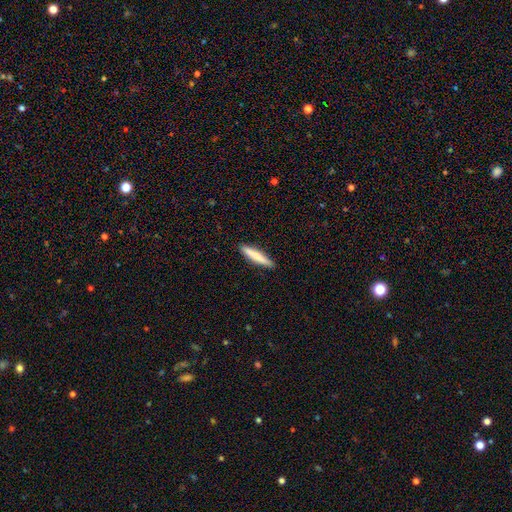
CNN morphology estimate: A smooth galaxy with no disk features (79%) that is cigar-shaped (91%).

Vote fractions:
- Smooth or featured? smooth: 79% / featured or disk: 15% / star or artifact: 5%
- How rounded? cigar-shaped: 91% / in between: 8% / round: 1%
- Merging? none: 89% / minor disturbance: 8% / major disturbance: 2% / merger: 1%